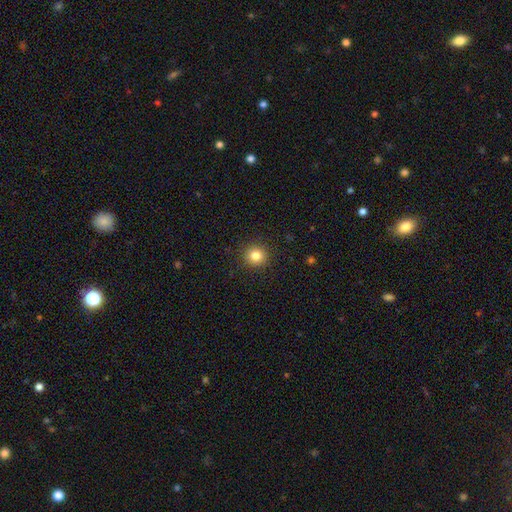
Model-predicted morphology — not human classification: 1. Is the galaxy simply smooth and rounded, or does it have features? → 83% smooth, 12% star or artifact, 6% featured or disk.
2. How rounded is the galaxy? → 93% round, 6% in between, 1% cigar-shaped.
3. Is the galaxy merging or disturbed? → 92% none, 5% minor disturbance, 2% major disturbance, 1% merger.